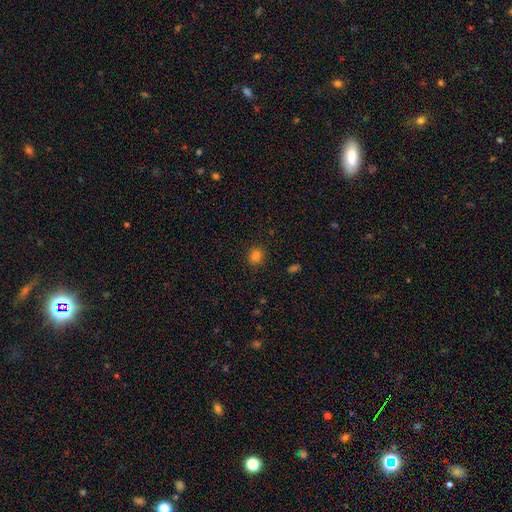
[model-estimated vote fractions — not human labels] Smooth or featured? Predicted: smooth (p=0.82). How rounded? Predicted: round (p=0.66). Merging? Predicted: none (p=0.88).